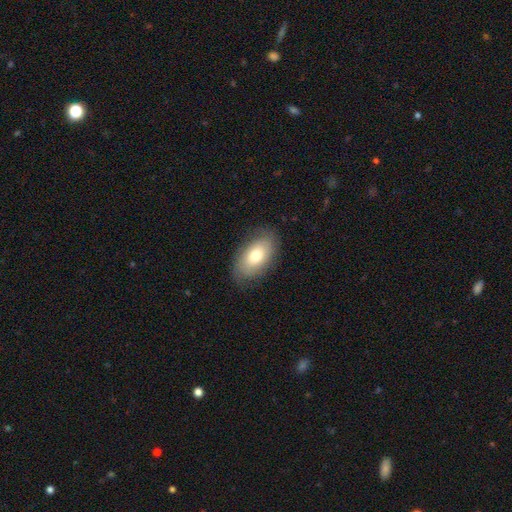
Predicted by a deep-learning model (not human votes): Smooth or featured? smooth (71%)
How rounded? in between (93%)
Merging? none (80%)